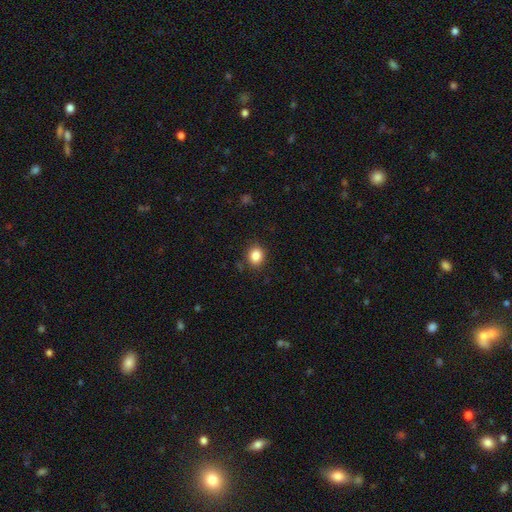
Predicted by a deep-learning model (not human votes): Smooth or featured? smooth (86%)
How rounded? round (61%)
Merging? none (87%)